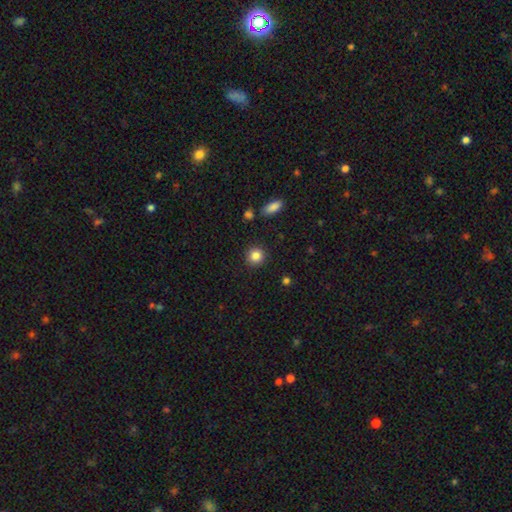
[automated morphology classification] smooth_or_featured: smooth (p=0.85) [alt: star or artifact p=0.10]
how_rounded: round (p=0.92) [alt: in between p=0.07]
merging: none (p=0.90) [alt: minor disturbance p=0.06]